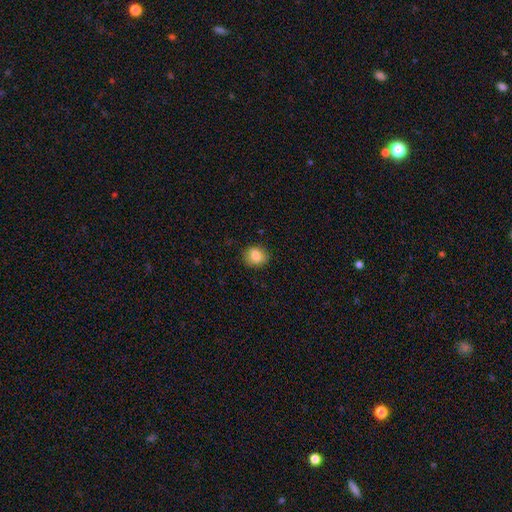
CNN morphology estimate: This is clearly a smooth galaxy (84%). How rounded: likely round (66%). Merging: clearly none (85%).